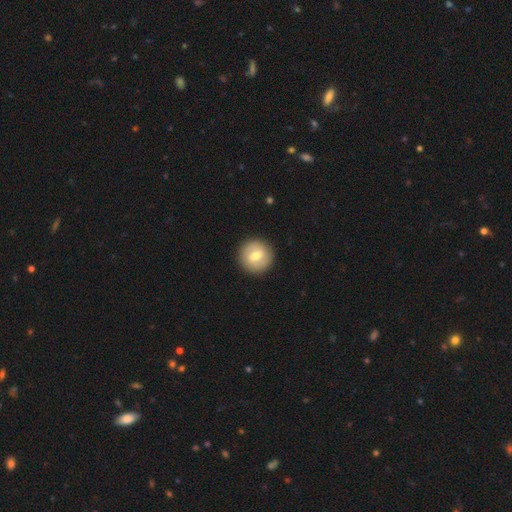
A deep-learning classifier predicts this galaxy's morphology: A smooth galaxy with no disk features (59%) that is round (93%). Merging: none (91%).